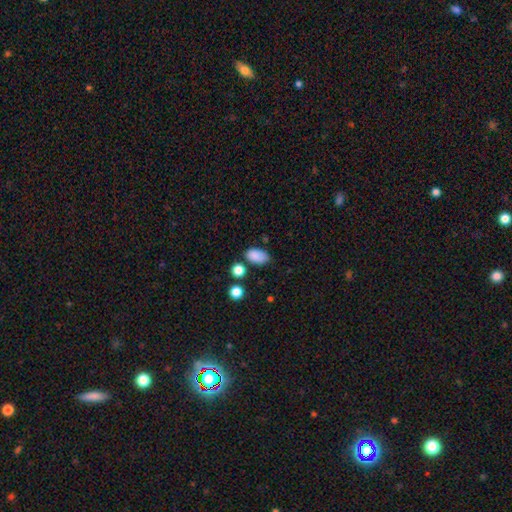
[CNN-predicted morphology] A smooth galaxy with no disk features (85%) that is in between round and cigar-shaped (92%).

Vote fractions:
- Smooth or featured? smooth: 85% / star or artifact: 9% / featured or disk: 5%
- How rounded? in between: 92% / round: 7% / cigar-shaped: 2%
- Merging? none: 68% / minor disturbance: 21% / merger: 6% / major disturbance: 5%